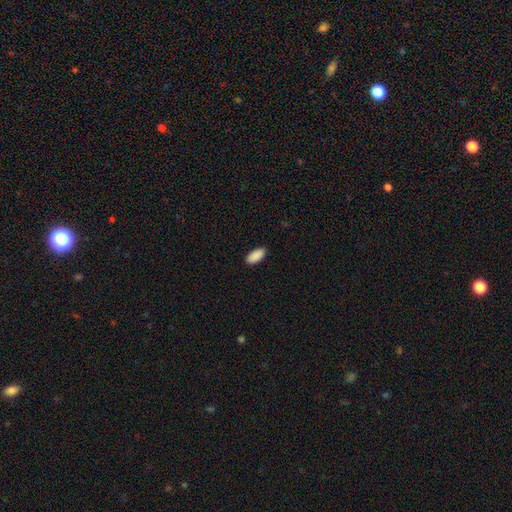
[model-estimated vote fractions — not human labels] A smooth galaxy with no disk features (91%) that is in between round and cigar-shaped (92%). Merging: none (90%).